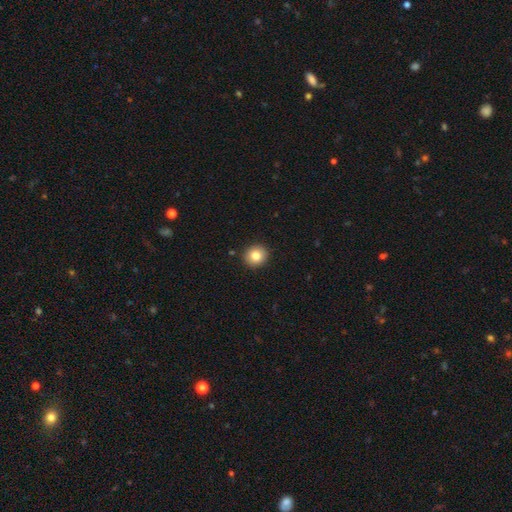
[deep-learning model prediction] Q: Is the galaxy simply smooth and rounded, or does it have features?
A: smooth — 83%.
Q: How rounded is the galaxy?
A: round — 85%.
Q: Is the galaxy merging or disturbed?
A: none — 91%.